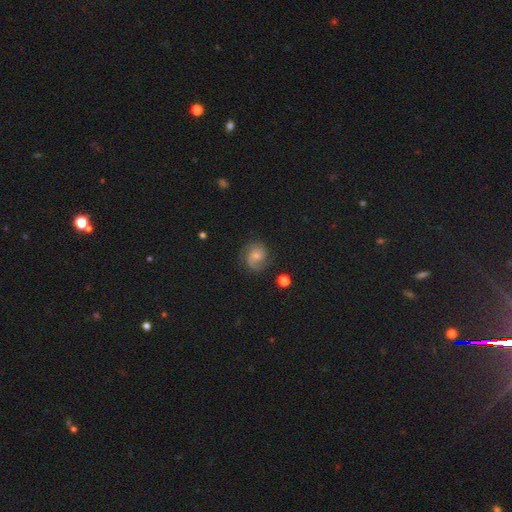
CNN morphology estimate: This is likely a featured or disk galaxy (75%). It is clearly not viewed edge-on (98%). Bar: likely no (69%). Spiral arm pattern: clearly yes (96%). Spiral arm count: likely 2 (66%). Spiral winding: marginally medium (44%). Central bulge: possibly small (52%). Merging: likely none (78%).